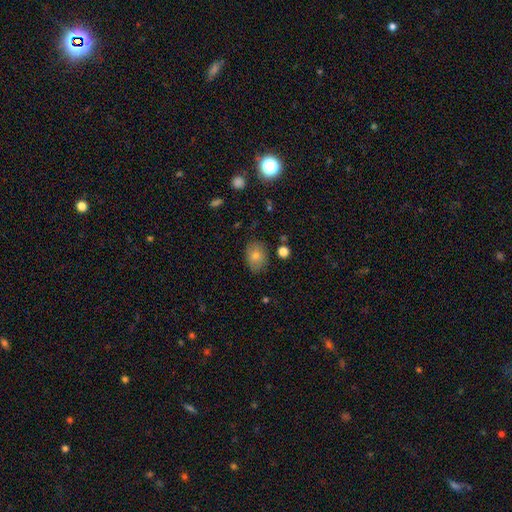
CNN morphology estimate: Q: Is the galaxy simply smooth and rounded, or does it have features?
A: smooth — 72%.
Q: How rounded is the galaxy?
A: in between — 72%.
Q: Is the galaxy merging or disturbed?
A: none — 80%.